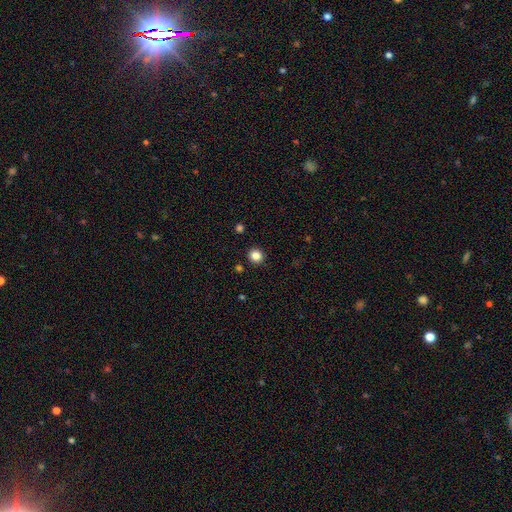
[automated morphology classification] type=smooth (84%); roundness=round (91%); merging=none (91%).